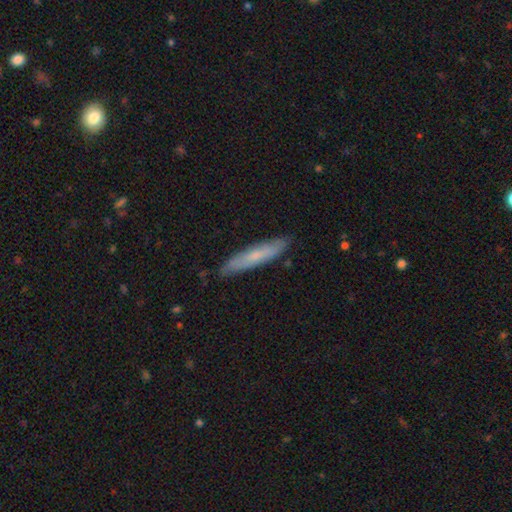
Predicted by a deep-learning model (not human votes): smooth-or-featured: smooth: 56% | featured or disk: 38% | star or artifact: 6%
  how-rounded: cigar-shaped: 89% | in between: 9% | round: 1%
  merging: none: 85% | minor disturbance: 12% | major disturbance: 2% | merger: 1%